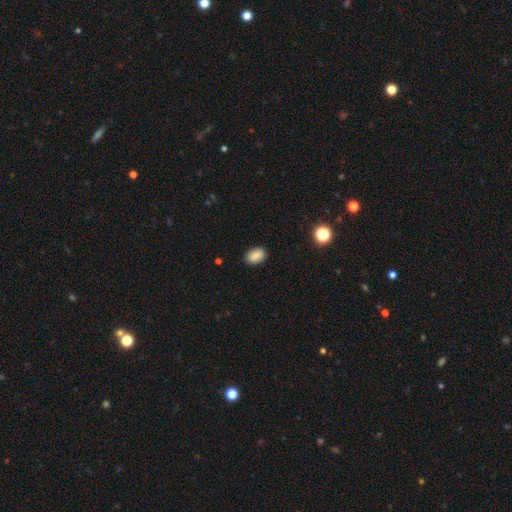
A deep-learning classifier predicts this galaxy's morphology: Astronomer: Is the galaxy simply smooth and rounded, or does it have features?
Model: smooth — 87%.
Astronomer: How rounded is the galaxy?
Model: in between — 85%.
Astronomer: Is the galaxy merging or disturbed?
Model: none — 88%.